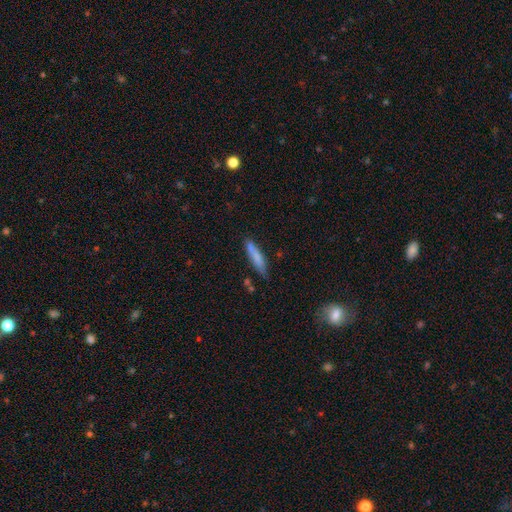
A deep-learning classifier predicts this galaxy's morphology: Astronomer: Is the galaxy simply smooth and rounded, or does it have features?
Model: smooth — 75%.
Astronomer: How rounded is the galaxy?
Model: cigar-shaped — 86%.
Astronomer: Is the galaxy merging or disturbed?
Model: none — 75%.